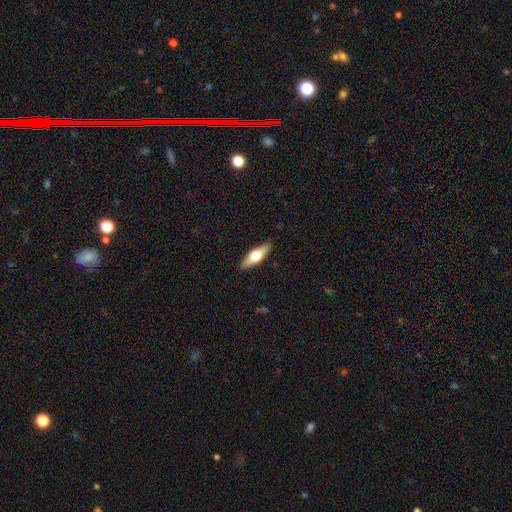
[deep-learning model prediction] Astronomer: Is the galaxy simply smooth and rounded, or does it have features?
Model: featured or disk — 50% (runner-up: smooth, 44%).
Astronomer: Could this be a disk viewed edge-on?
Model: yes — 92%.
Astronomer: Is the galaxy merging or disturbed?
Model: none — 90%.